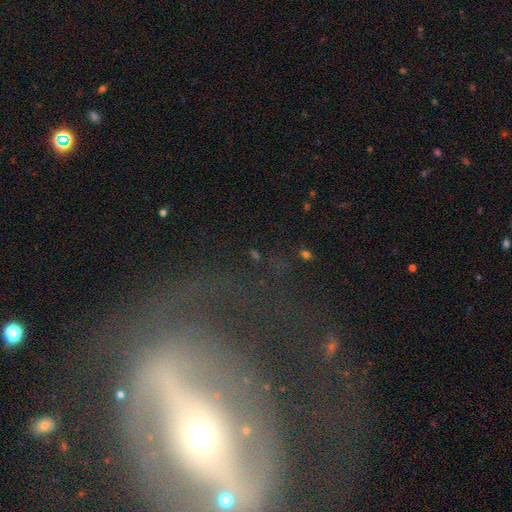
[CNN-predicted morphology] smooth_or_featured: star or artifact (p=0.57) [alt: smooth p=0.24]